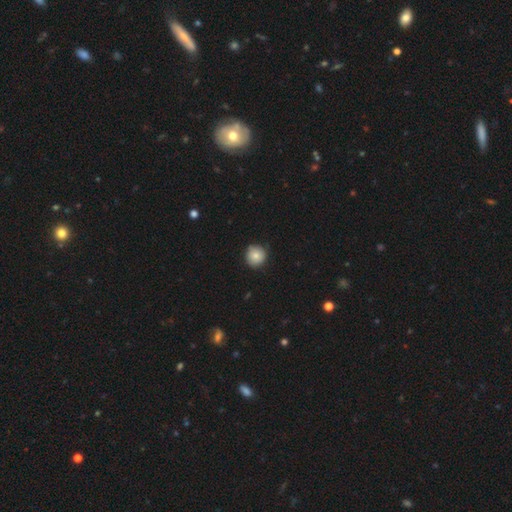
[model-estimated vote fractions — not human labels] This is clearly a smooth galaxy (82%). How rounded: clearly round (94%). Merging: clearly none (87%).